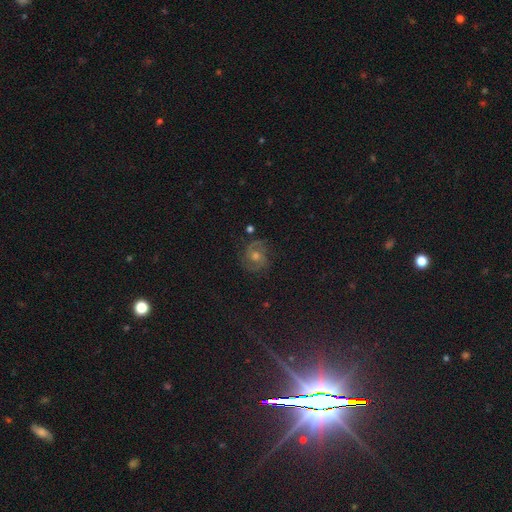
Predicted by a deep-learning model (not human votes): The model was most divided on "spiral winding": medium: 47%, tight: 42%, loose: 10%. More confident: edge-on disk — no (97%); spiral arms — yes (94%); merging — none (82%); spiral arm count — 2 (81%); bulge size — moderate (68%); smooth or featured — featured or disk (67%); bar — no (62%).